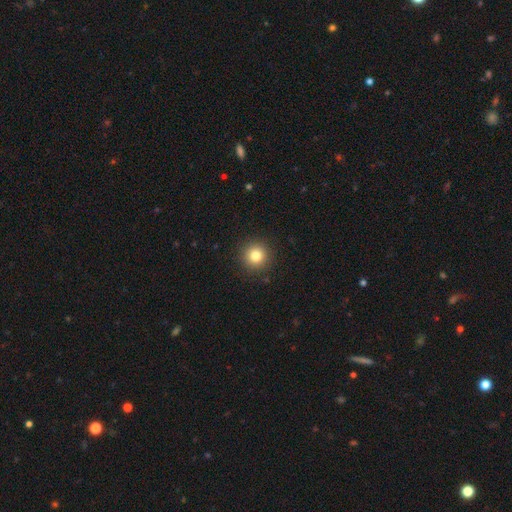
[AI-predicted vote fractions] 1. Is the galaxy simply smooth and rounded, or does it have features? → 81% smooth, 12% star or artifact, 7% featured or disk.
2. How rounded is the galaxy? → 95% round, 4% in between, 1% cigar-shaped.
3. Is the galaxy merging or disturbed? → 92% none, 5% minor disturbance, 2% major disturbance, 1% merger.